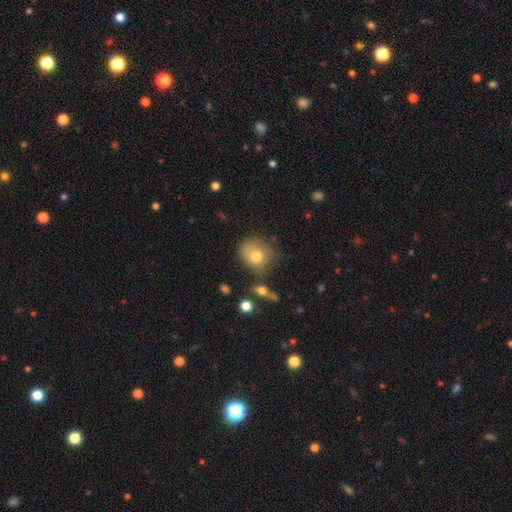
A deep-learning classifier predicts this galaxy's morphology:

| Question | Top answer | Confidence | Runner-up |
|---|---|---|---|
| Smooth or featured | smooth | 66% | featured or disk (25%) |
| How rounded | round | 73% | in between (26%) |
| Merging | none | 50% | minor disturbance (28%) |